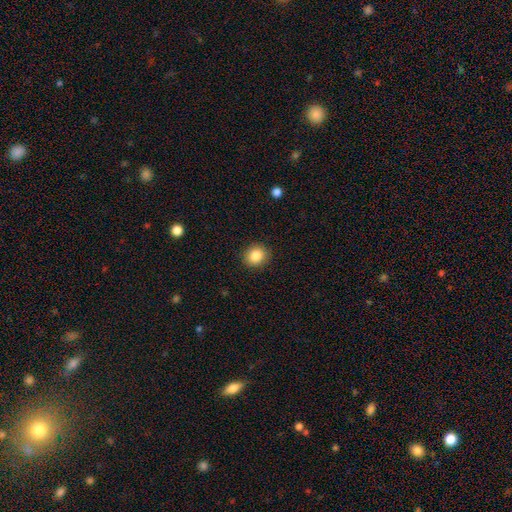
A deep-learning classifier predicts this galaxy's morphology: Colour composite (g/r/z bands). It shows a smooth galaxy with no disk features (86%) that is round (77%). Merging: none (90%).